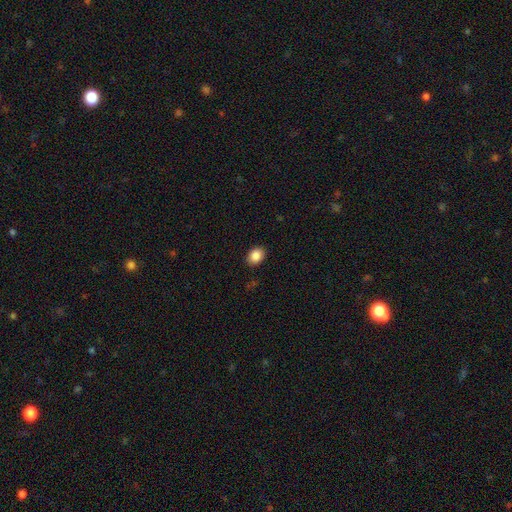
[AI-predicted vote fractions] A smooth galaxy with no disk features (88%) that is in between round and cigar-shaped (65%).

Vote fractions:
- Smooth or featured? smooth: 88% / star or artifact: 8% / featured or disk: 4%
- How rounded? in between: 65% / round: 34% / cigar-shaped: 1%
- Merging? none: 89% / minor disturbance: 8% / major disturbance: 2% / merger: 1%